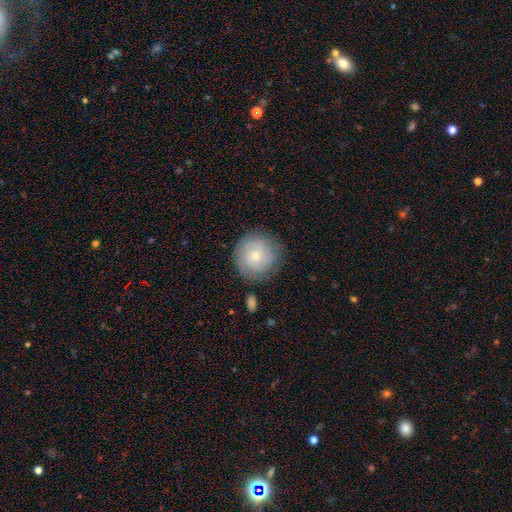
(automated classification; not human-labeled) A smooth galaxy with no disk features (56%) that is round (94%). Merging: none (81%).